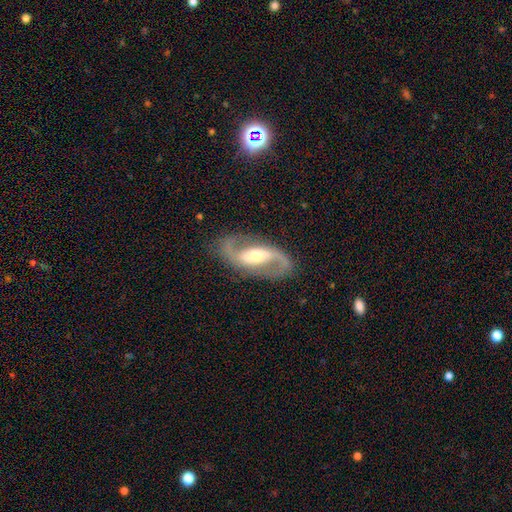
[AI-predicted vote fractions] Smooth or featured? Predicted: featured or disk (p=0.91). Edge-on disk? Predicted: no (p=0.96). Bar? Predicted: weak (p=0.39). Spiral arms? Predicted: yes (p=0.97). Spiral winding? Predicted: loose (p=0.45, tied with medium). Spiral arm count? Predicted: 2 (p=0.94). Bulge size? Predicted: moderate (p=0.59). Merging? Predicted: none (p=0.83).